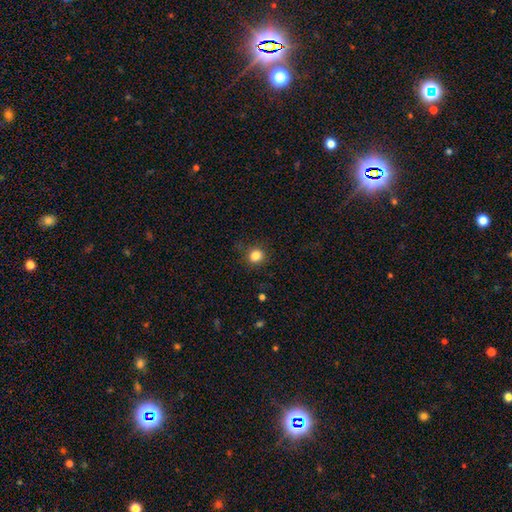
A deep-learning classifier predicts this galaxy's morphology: Smooth or featured?
  - smooth: 84% *
  - star or artifact: 12%
  - featured or disk: 4%
How rounded?
  - round: 90% *
  - in between: 9%
  - cigar-shaped: 1%
Merging?
  - none: 87% *
  - minor disturbance: 9%
  - major disturbance: 3%
  - merger: 1%